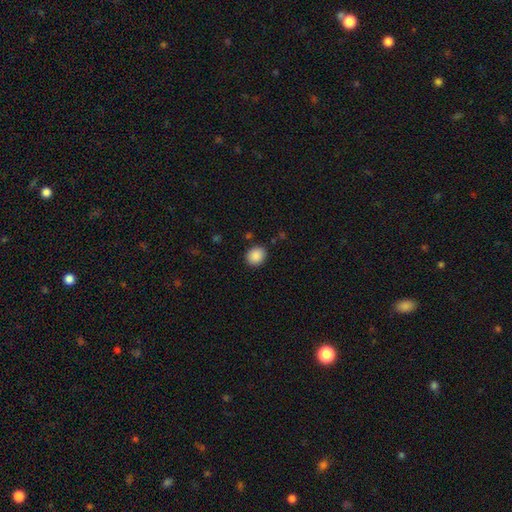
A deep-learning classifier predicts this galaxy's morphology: Smooth or featured? smooth (88%)
How rounded? round (67%)
Merging? none (88%)